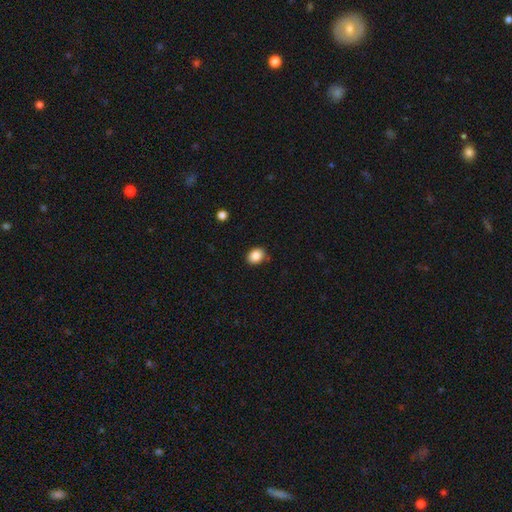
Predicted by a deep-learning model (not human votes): smooth_or_featured: smooth (p=0.87) [alt: star or artifact p=0.09]
how_rounded: in between (p=0.52) [alt: round p=0.47]
merging: none (p=0.83) [alt: minor disturbance p=0.13]